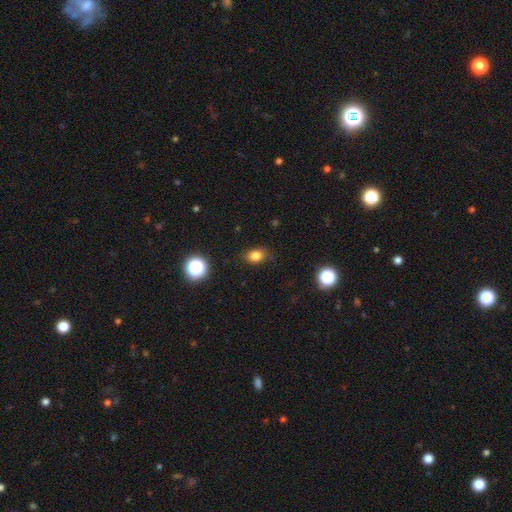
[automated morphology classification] A smooth galaxy with no disk features (80%) that is in between round and cigar-shaped (63%). Merging: none (80%).